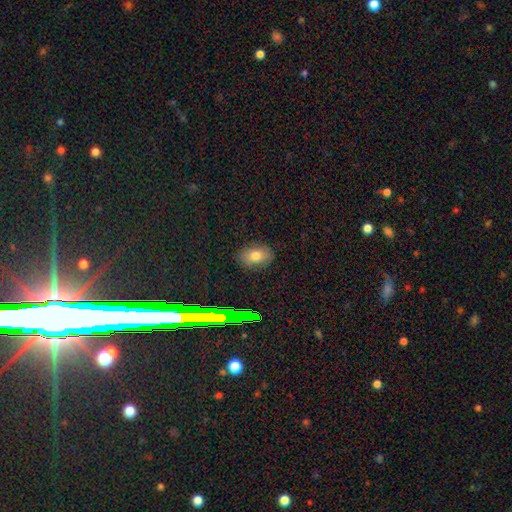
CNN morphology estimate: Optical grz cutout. It shows a smooth galaxy with no disk features (75%) that is in between round and cigar-shaped (78%). Merging: none (87%).